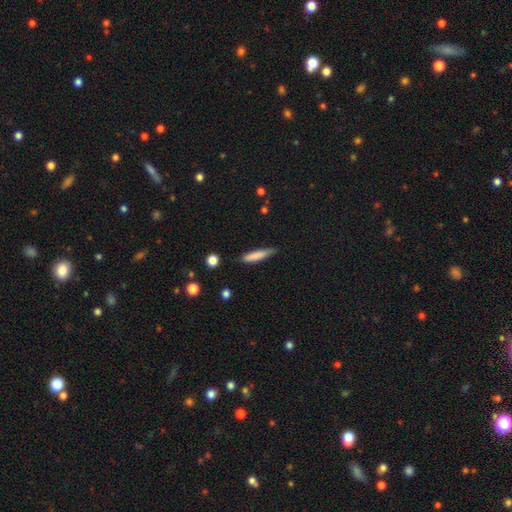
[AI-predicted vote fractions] A smooth galaxy with no disk features (80%) that is cigar-shaped (85%). Merging: none (74%).